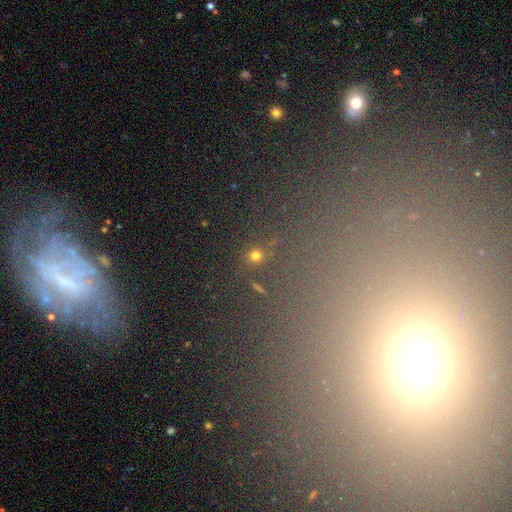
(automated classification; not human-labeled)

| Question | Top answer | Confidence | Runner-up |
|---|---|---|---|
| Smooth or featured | smooth | 62% | star or artifact (32%) |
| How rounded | round | 92% | in between (6%) |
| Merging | none | 84% | minor disturbance (7%) |